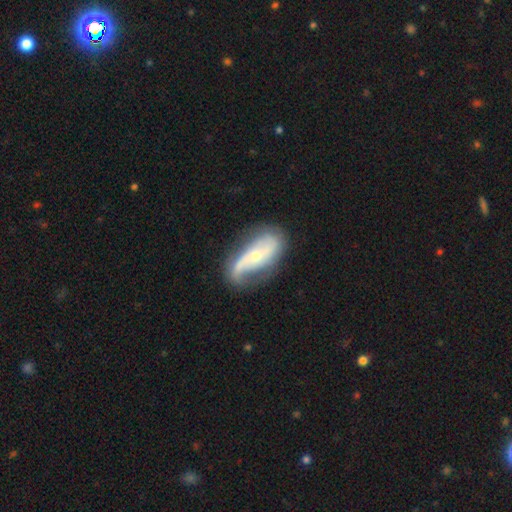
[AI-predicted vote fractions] Q: Smooth or featured?
A: featured or disk (75%); runner-up: smooth (19%)
Q: Edge-on disk?
A: no (91%); runner-up: yes (9%)
Q: Bar?
A: no (56%); runner-up: weak (24%)
Q: Spiral arms?
A: yes (85%); runner-up: no (15%)
Q: Spiral winding?
A: loose (54%); runner-up: medium (29%)
Q: Spiral arm count?
A: 2 (75%); runner-up: 1 (11%)
Q: Bulge size?
A: small (62%); runner-up: moderate (34%)
Q: Merging?
A: none (58%); runner-up: minor disturbance (25%)